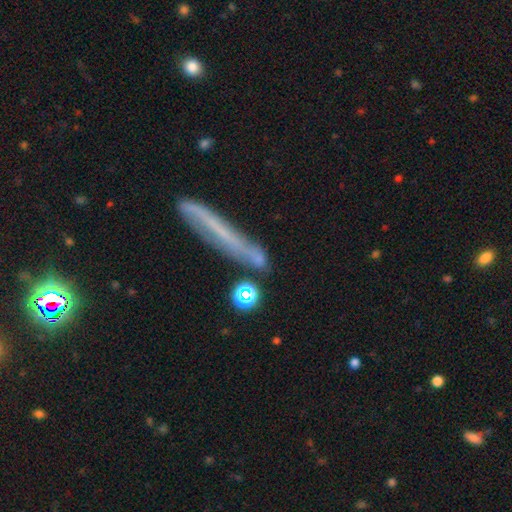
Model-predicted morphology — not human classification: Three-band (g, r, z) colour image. It shows a smooth galaxy with no disk features (51%) that is cigar-shaped (62%). Merging: none (69%).